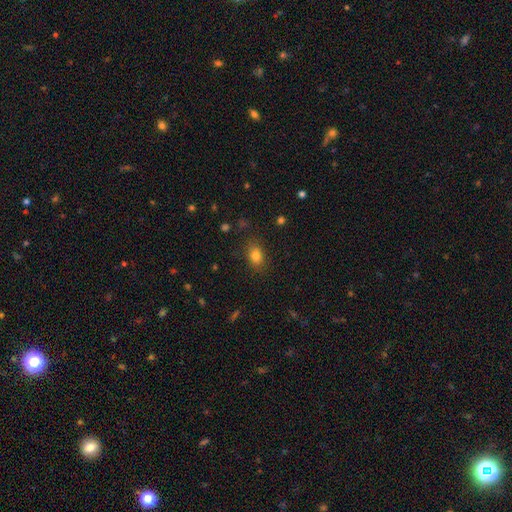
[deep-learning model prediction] smooth-or-featured: smooth: 80% | star or artifact: 12% | featured or disk: 8%
  how-rounded: in between: 72% | round: 26% | cigar-shaped: 2%
  merging: none: 82% | minor disturbance: 13% | major disturbance: 4% | merger: 2%